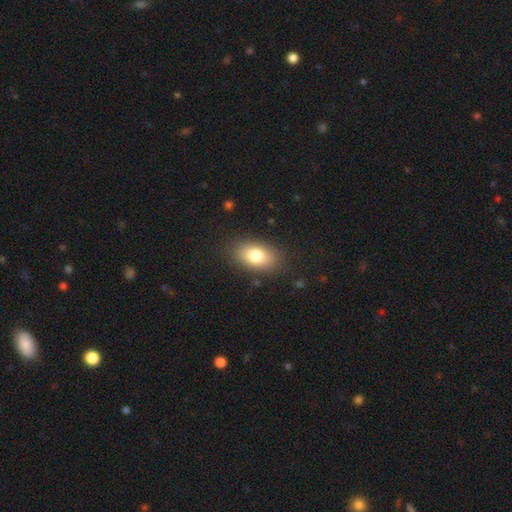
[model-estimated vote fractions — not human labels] smooth-or-featured: smooth: 81% | featured or disk: 11% | star or artifact: 8%
  how-rounded: in between: 89% | round: 9% | cigar-shaped: 2%
  merging: none: 85% | minor disturbance: 10% | major disturbance: 4% | merger: 1%